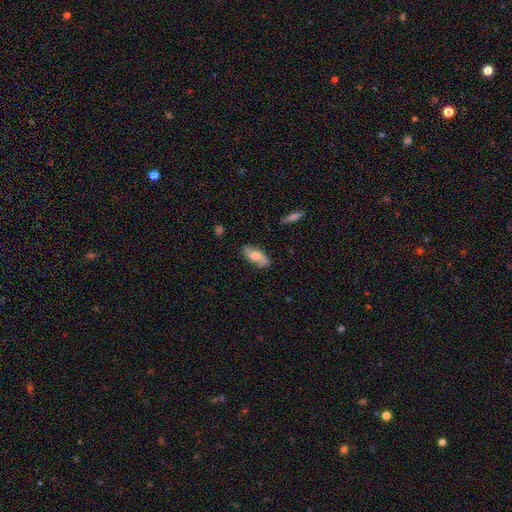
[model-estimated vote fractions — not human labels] smooth_or_featured: featured or disk (p=0.52) [alt: smooth p=0.41]
disk_edge_on: no (p=0.85) [alt: yes p=0.15]
merging: none (p=0.80) [alt: minor disturbance p=0.15]